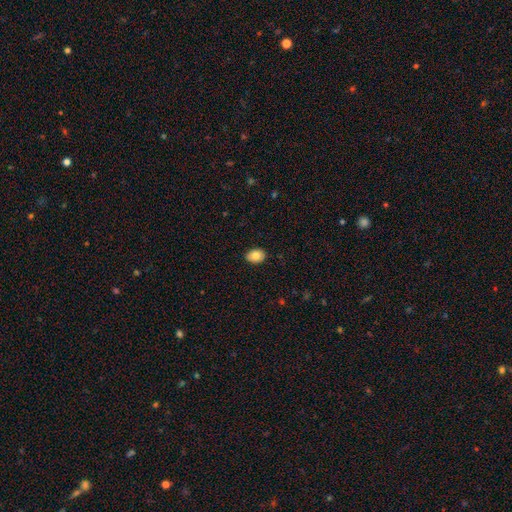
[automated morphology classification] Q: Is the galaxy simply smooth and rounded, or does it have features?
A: smooth — 80%.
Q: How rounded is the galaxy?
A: in between — 74%.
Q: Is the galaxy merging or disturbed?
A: none — 88%.